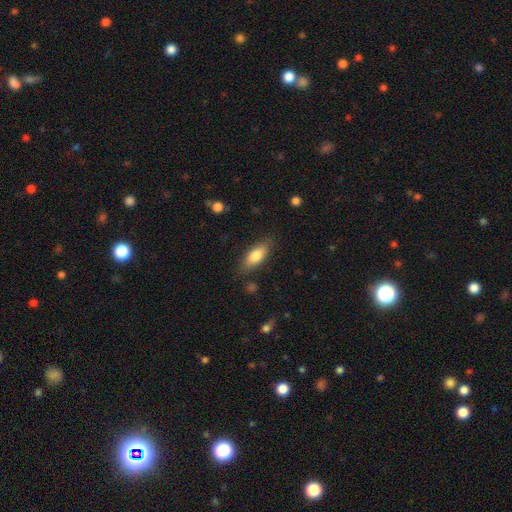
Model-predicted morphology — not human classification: smooth_or_featured: smooth (p=0.80) [alt: featured or disk p=0.14]
how_rounded: in between (p=0.76) [alt: cigar-shaped p=0.22]
merging: none (p=0.83) [alt: minor disturbance p=0.13]